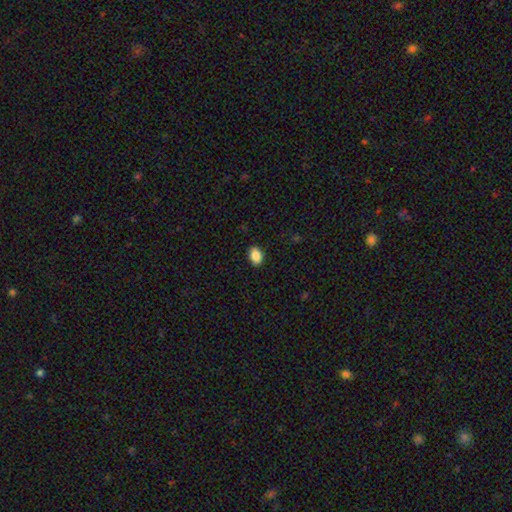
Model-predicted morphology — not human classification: Smooth or featured?
  - smooth: 88% *
  - star or artifact: 8%
  - featured or disk: 4%
How rounded?
  - in between: 79% *
  - round: 20%
  - cigar-shaped: 1%
Merging?
  - none: 90% *
  - minor disturbance: 7%
  - major disturbance: 2%
  - merger: 1%